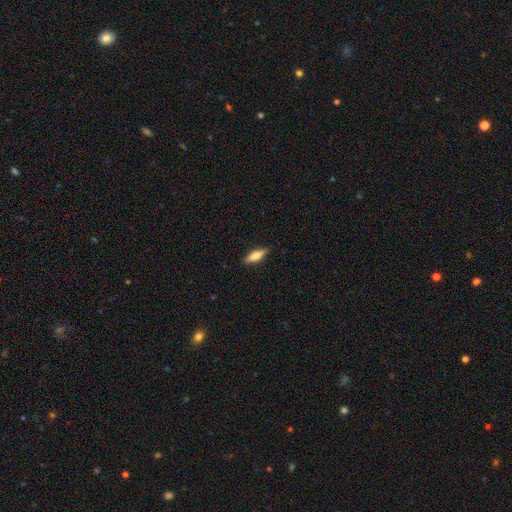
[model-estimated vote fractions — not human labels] Q: Smooth or featured?
A: smooth (67%); runner-up: featured or disk (26%)
Q: How rounded?
A: in between (50%); runner-up: cigar-shaped (48%)
Q: Merging?
A: none (88%); runner-up: minor disturbance (9%)